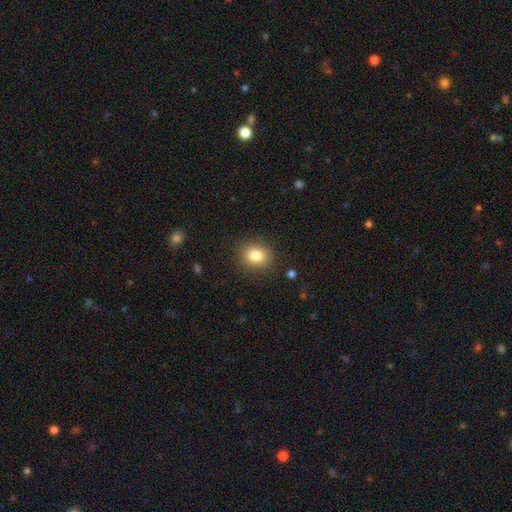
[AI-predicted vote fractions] This appears to be a smooth galaxy with no disk features (83%) that is round (70%). Merging: none (88%).